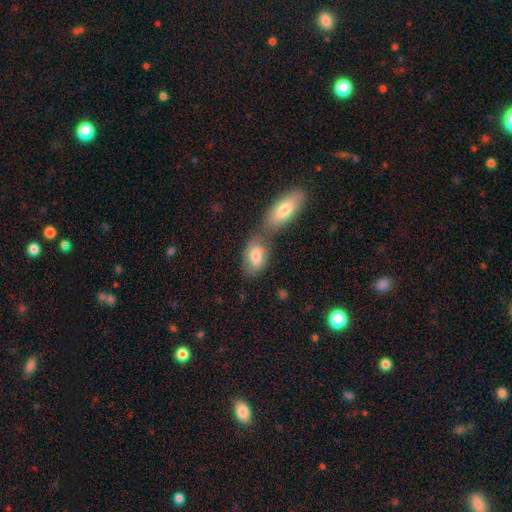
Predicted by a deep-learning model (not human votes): A smooth galaxy with no disk features (78%) that is in between round and cigar-shaped (89%). Merging: merger (48%).